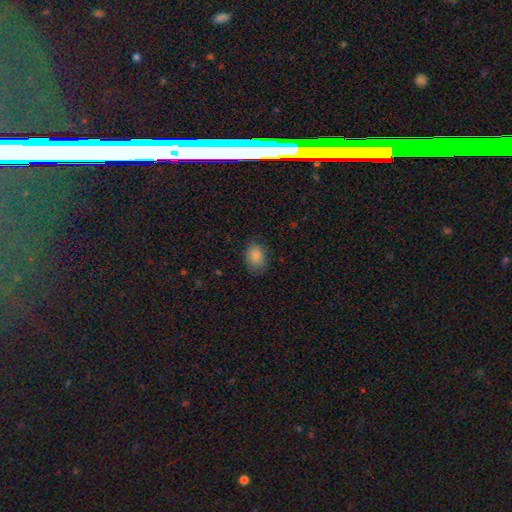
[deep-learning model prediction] This is clearly a smooth galaxy (87%). How rounded: likely in between (68%). Merging: clearly none (82%).